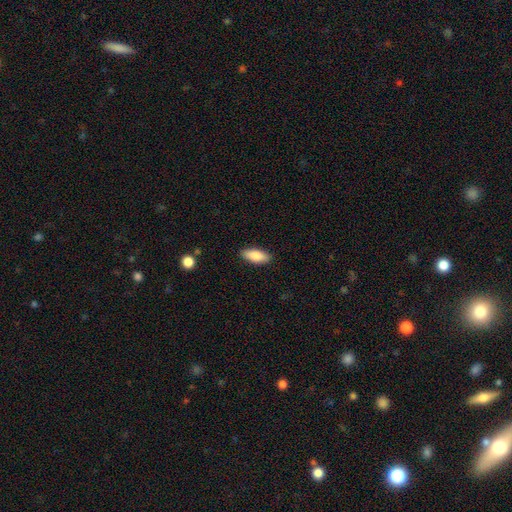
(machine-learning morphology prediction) smooth-or-featured: smooth: 84% | featured or disk: 10% | star or artifact: 6%
  how-rounded: in between: 77% | cigar-shaped: 21% | round: 2%
  merging: none: 88% | minor disturbance: 9% | major disturbance: 2% | merger: 1%